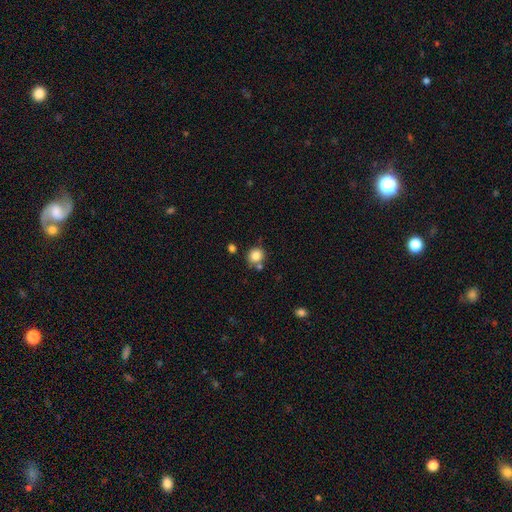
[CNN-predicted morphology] The model was most divided on "merging": none: 70%, merger: 14%, minor disturbance: 12%, major disturbance: 3%. More confident: how rounded — round (85%); smooth or featured — smooth (83%).